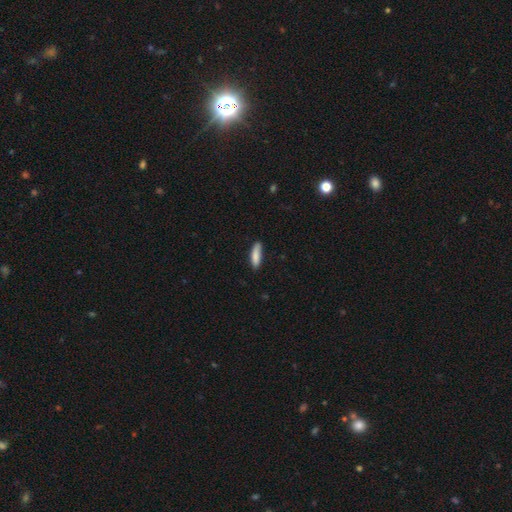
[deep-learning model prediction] The model was most divided on "how rounded": cigar-shaped: 62%, in between: 36%, round: 2%. More confident: smooth or featured — smooth (86%); merging — none (77%).